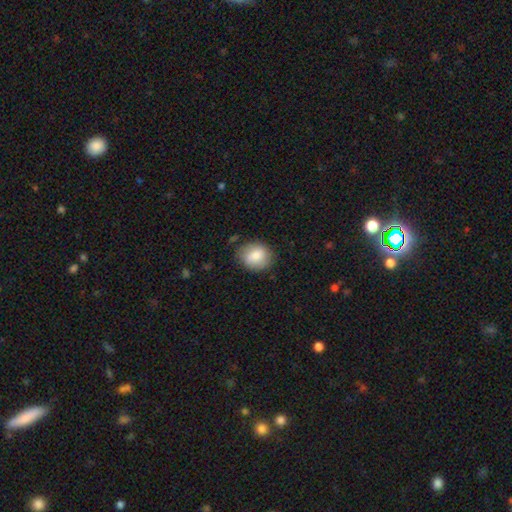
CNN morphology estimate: smooth 81%, featured or disk 12%, star or artifact 7%. Down the decision tree: how rounded — round (59%); merging — none (80%).